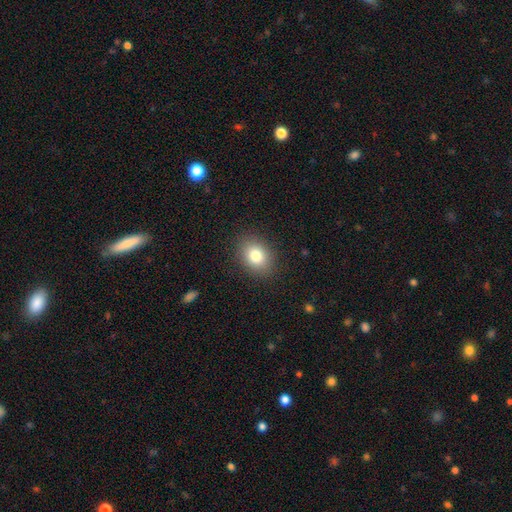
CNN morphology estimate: This is clearly a smooth galaxy (81%). How rounded: possibly in between (58%). Merging: clearly none (88%).